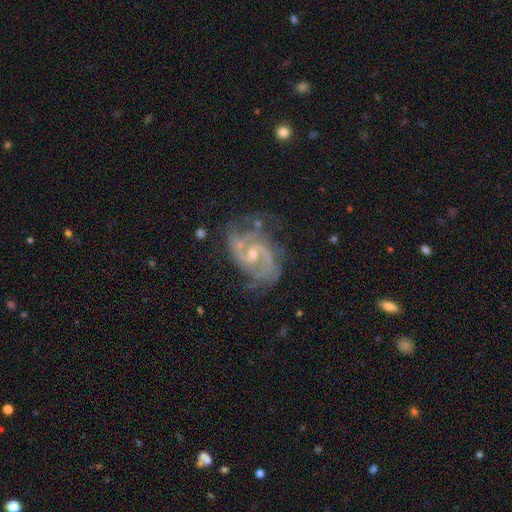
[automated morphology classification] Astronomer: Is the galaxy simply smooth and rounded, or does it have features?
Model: featured or disk — 87%.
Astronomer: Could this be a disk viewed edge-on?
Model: no — 98%.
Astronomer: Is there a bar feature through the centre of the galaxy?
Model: weak — 46% (runner-up: no, 41%).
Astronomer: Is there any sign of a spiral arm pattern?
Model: yes — 97%.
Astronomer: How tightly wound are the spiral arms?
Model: medium — 51% (runner-up: tight, 32%).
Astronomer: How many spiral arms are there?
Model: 2 — 68%.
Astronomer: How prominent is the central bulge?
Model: small — 56% (runner-up: moderate, 39%).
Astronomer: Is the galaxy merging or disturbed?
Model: none — 68%.